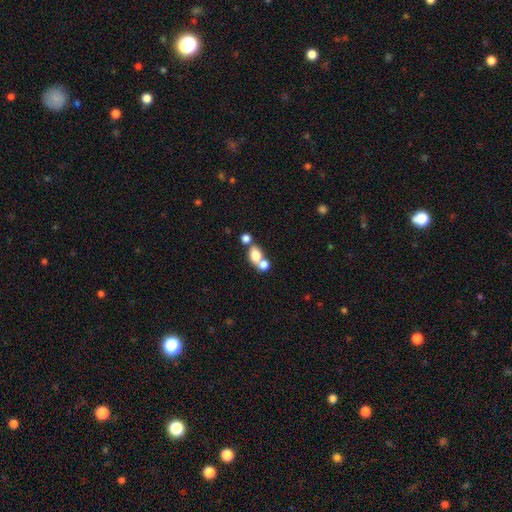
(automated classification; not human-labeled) Smooth or featured?
  - smooth: 74% *
  - featured or disk: 15%
  - star or artifact: 11%
How rounded?
  - in between: 59% *
  - round: 39%
  - cigar-shaped: 2%
Merging?
  - merger: 57% *
  - none: 30%
  - minor disturbance: 8%
  - major disturbance: 5%